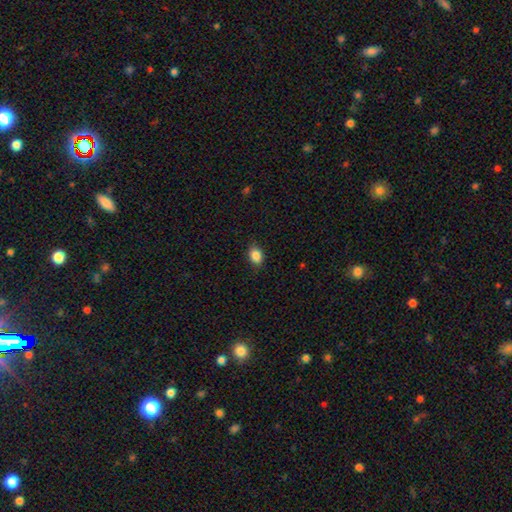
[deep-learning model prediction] Smooth or featured: smooth — 88% (star or artifact — 9%)
How rounded: in between — 74% (round — 25%)
Merging: none — 85% (minor disturbance — 12%)